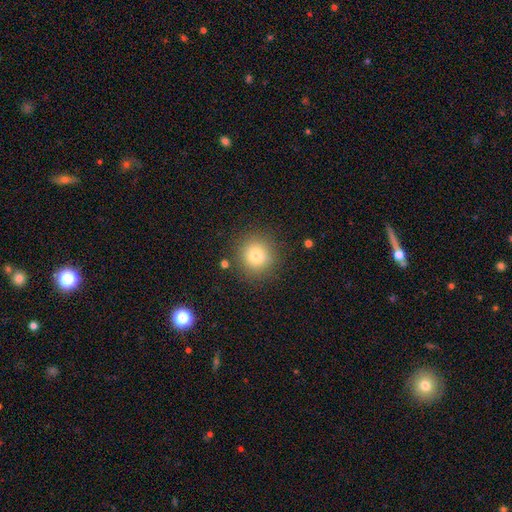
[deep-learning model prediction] smooth-or-featured: smooth: 77% | star or artifact: 14% | featured or disk: 9%
  how-rounded: round: 93% | in between: 6% | cigar-shaped: 1%
  merging: none: 87% | minor disturbance: 8% | major disturbance: 3% | merger: 2%